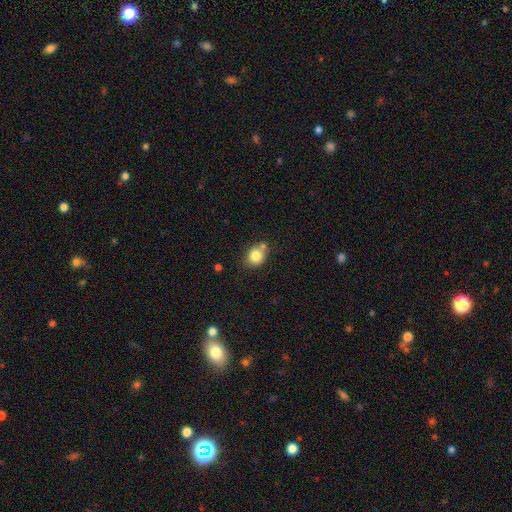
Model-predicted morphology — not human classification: Smooth or featured? Predicted: smooth (p=0.81). How rounded? Predicted: round (p=0.68). Merging? Predicted: none (p=0.60).